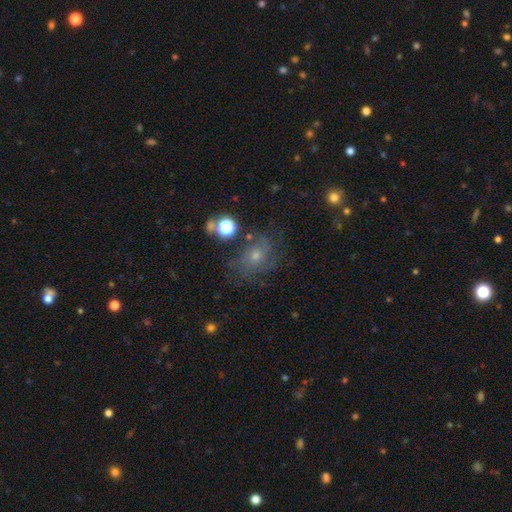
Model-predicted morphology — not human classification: type=featured or disk (54%); edge-on=no (96%); bar=no (81%); spiral arms=yes (83%); bulge=small (48%); merging=none (63%).